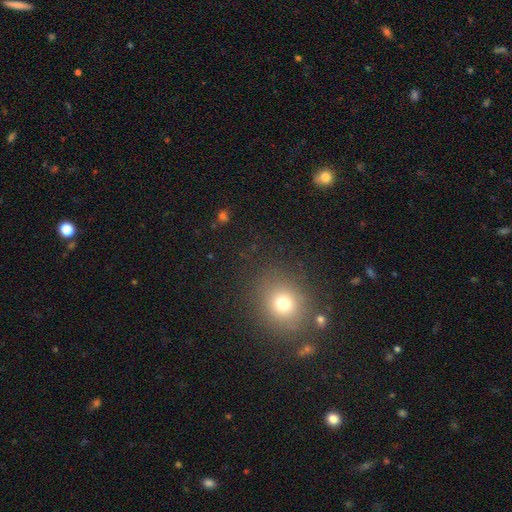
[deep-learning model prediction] Overall: smooth (65%; star or artifact 26%). How rounded: round (74%). Merging: none (85%).